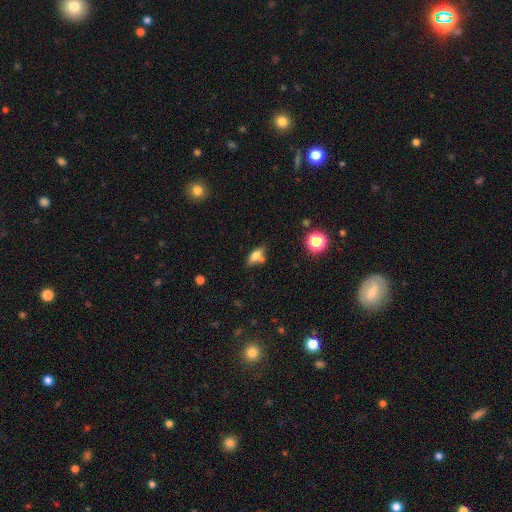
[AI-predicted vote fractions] The model was most divided on "smooth or featured": smooth: 63%, featured or disk: 26%, star or artifact: 11%. More confident: how rounded — in between (75%); merging — none (56%).